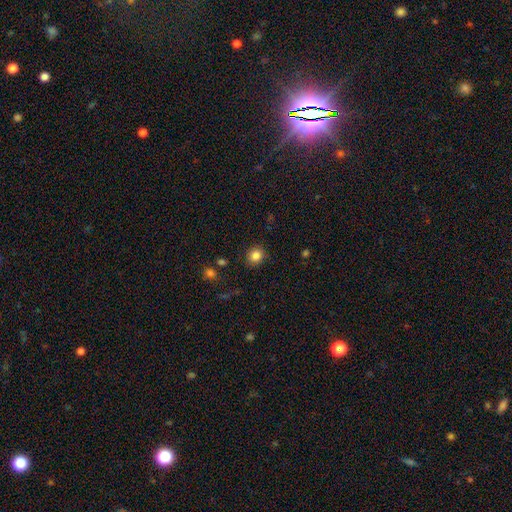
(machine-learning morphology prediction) A smooth galaxy with no disk features (84%) that is round (81%).

Vote fractions:
- Smooth or featured? smooth: 84% / star or artifact: 11% / featured or disk: 5%
- How rounded? round: 81% / in between: 18% / cigar-shaped: 1%
- Merging? none: 88% / minor disturbance: 8% / major disturbance: 2% / merger: 1%